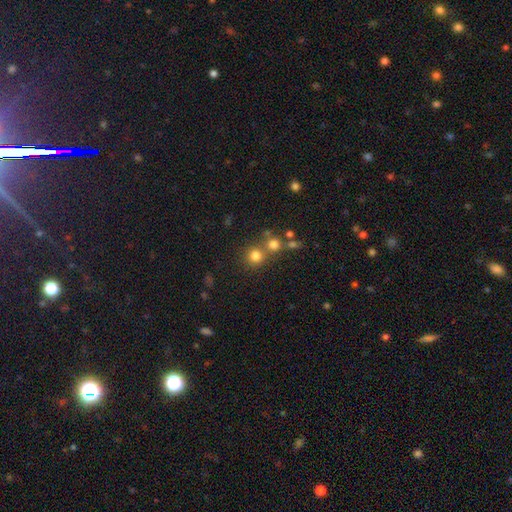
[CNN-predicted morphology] Smooth or featured? smooth (76%)
How rounded? round (91%)
Merging? none (62%)